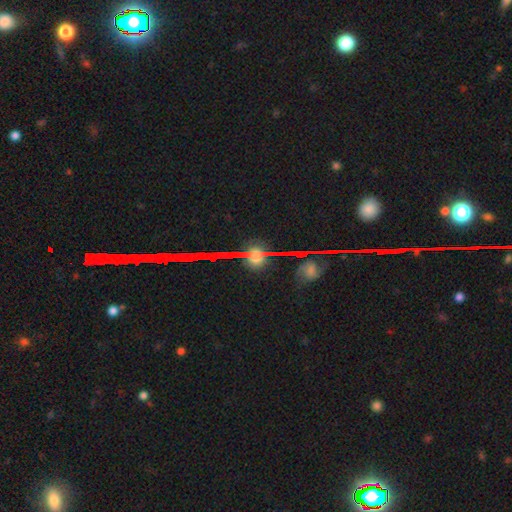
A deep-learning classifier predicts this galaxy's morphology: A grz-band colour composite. It shows a featured or disk galaxy (49%). Merging: none (82%).